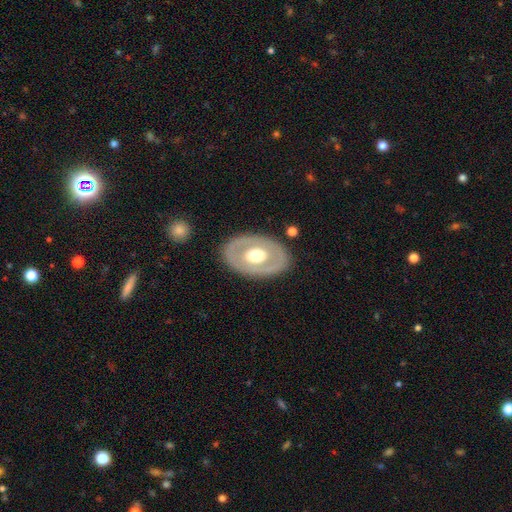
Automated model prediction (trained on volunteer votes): Smooth or featured: featured or disk — 58% (smooth — 37%)
Edge-on disk: no — 90% (yes — 10%)
Bar: no — 83% (weak — 12%)
Spiral arms: no — 90% (yes — 10%)
Bulge size: moderate — 60% (large — 33%)
Merging: none — 84% (minor disturbance — 10%)